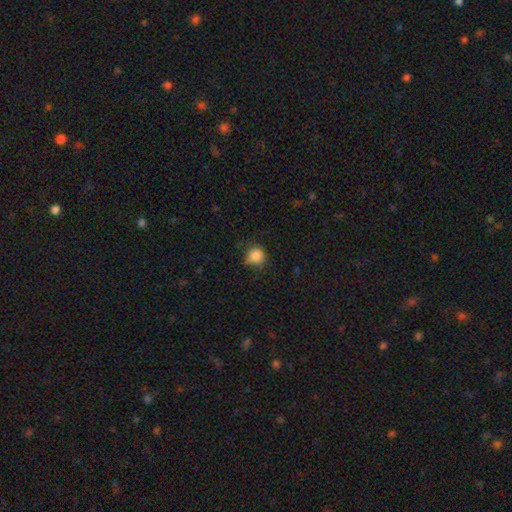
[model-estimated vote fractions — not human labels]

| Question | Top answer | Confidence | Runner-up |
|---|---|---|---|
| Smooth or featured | smooth | 86% | star or artifact (10%) |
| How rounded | round | 88% | in between (11%) |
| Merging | none | 70% | minor disturbance (23%) |